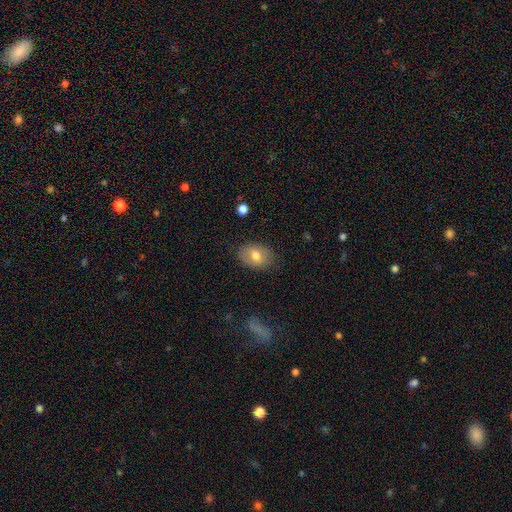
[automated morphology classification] Smooth or featured? smooth (72%)
How rounded? in between (79%)
Merging? none (83%)